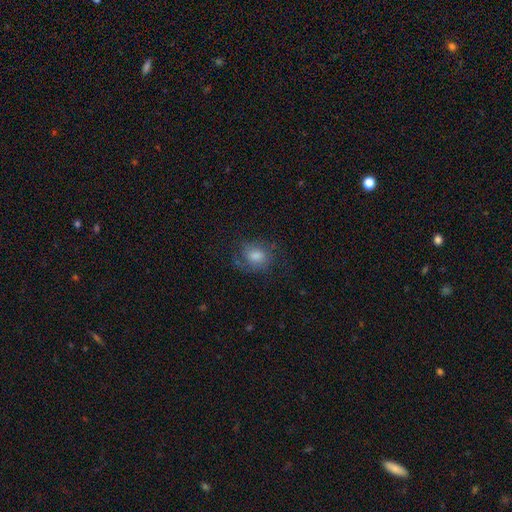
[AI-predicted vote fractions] smooth_or_featured: smooth (p=0.52) [alt: featured or disk p=0.35]
how_rounded: round (p=0.62) [alt: in between p=0.37]
merging: none (p=0.64) [alt: minor disturbance p=0.21]